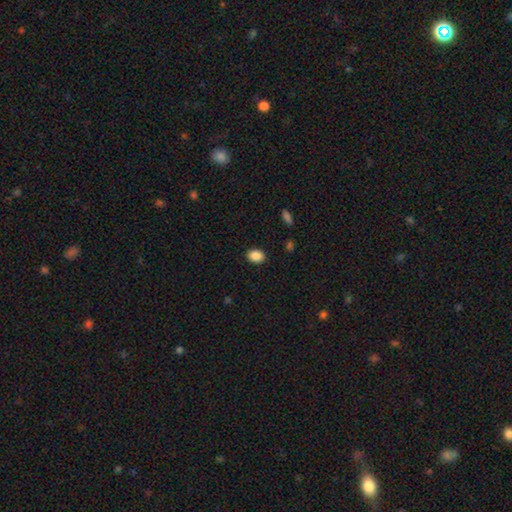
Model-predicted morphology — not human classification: This appears to be a smooth galaxy with no disk features (88%) that is in between round and cigar-shaped (68%). Merging: none (89%).